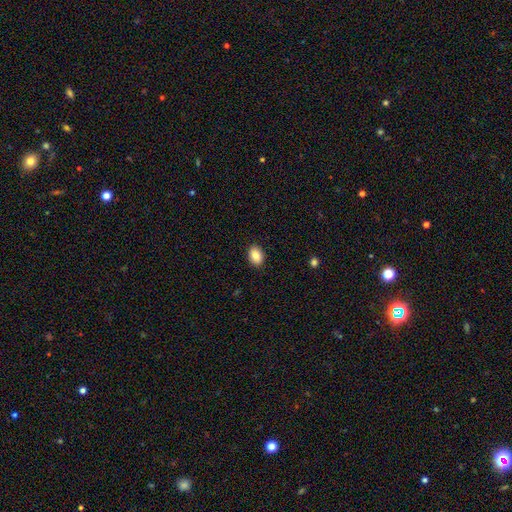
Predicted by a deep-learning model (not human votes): Smooth or featured? Predicted: smooth (p=0.86). How rounded? Predicted: in between (p=0.84). Merging? Predicted: none (p=0.89).